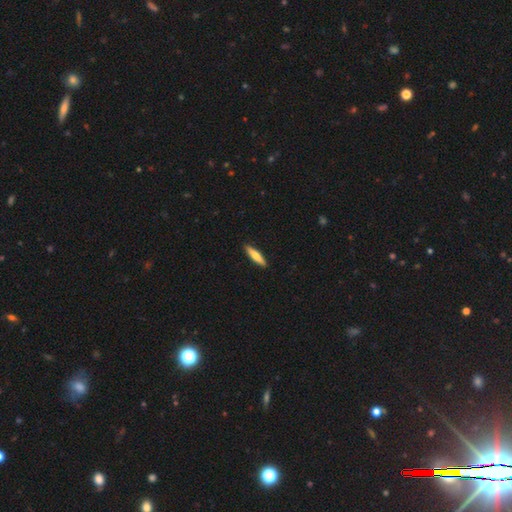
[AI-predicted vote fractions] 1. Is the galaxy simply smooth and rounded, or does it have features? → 66% smooth, 29% featured or disk, 5% star or artifact.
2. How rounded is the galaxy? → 81% cigar-shaped, 18% in between, 2% round.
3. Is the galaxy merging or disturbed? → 91% none, 6% minor disturbance, 1% major disturbance, 1% merger.